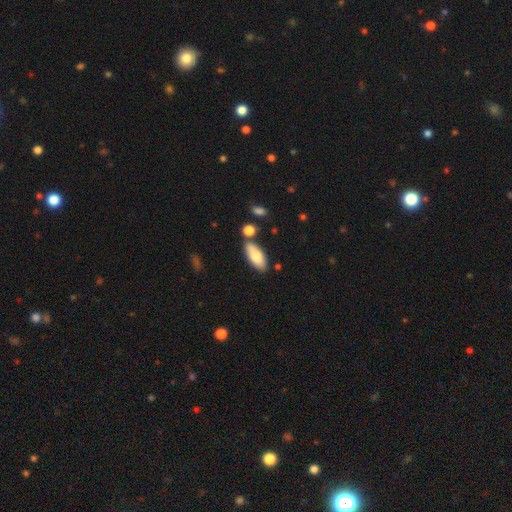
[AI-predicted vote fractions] This appears to be a smooth galaxy with no disk features (79%) that is in between round and cigar-shaped (85%). Merging: none (76%).